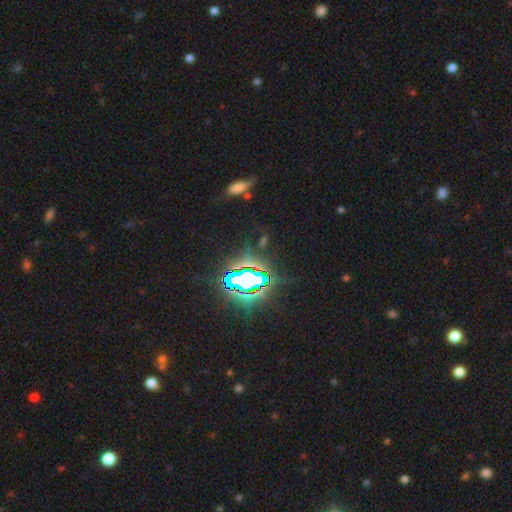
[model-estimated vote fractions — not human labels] Morphology: type=star or artifact (83%).